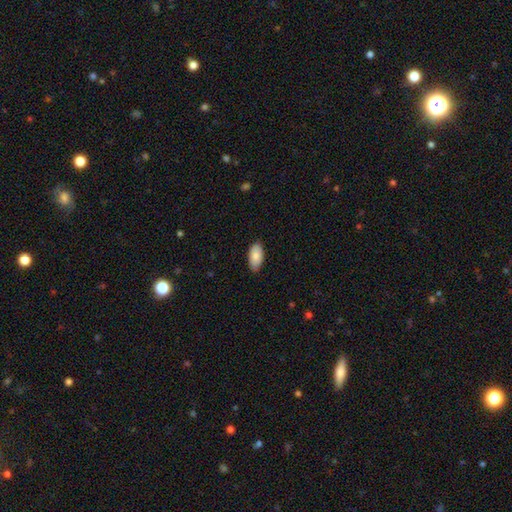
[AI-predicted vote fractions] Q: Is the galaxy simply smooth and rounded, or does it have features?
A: smooth — 82%.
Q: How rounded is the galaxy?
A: in between — 95%.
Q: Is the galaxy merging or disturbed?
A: none — 84%.